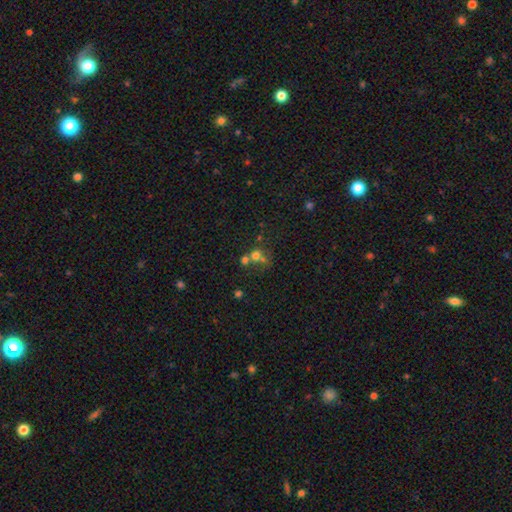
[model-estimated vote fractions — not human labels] Overall: smooth (62%). How rounded: round (80%). Merging: merger (53%; none 36%).